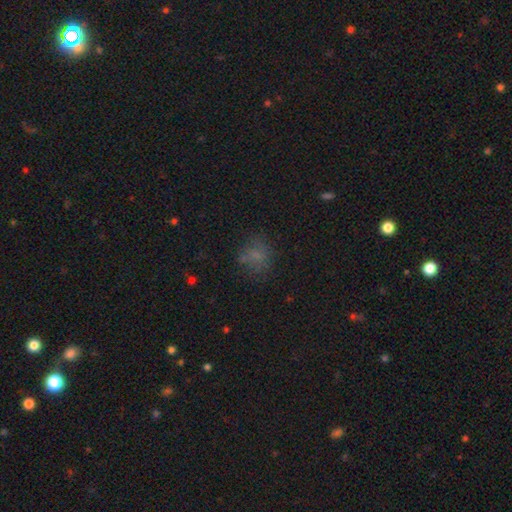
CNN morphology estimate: Q: Smooth or featured?
A: smooth (62%); runner-up: star or artifact (20%)
Q: How rounded?
A: round (66%); runner-up: in between (32%)
Q: Merging?
A: none (63%); runner-up: minor disturbance (20%)